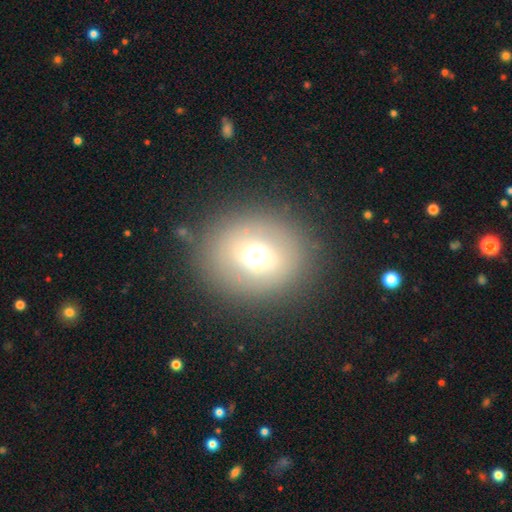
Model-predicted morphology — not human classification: smooth-or-featured: smooth: 63% | featured or disk: 20% | star or artifact: 17%
  how-rounded: round: 71% | in between: 28% | cigar-shaped: 1%
  merging: none: 83% | minor disturbance: 9% | major disturbance: 6% | merger: 2%